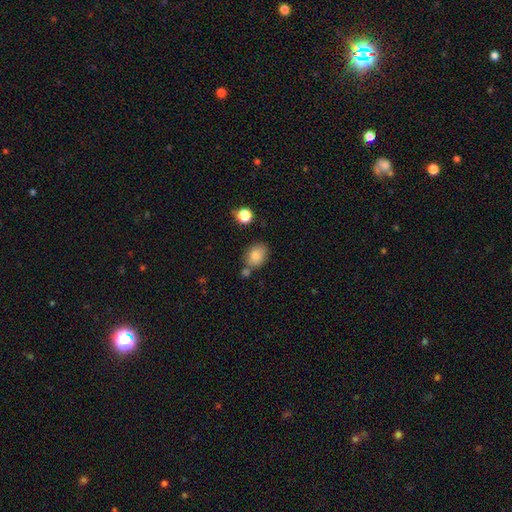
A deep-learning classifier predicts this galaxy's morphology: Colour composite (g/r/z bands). It shows a smooth galaxy with no disk features (84%) that is in between round and cigar-shaped (61%). Merging: none (64%).